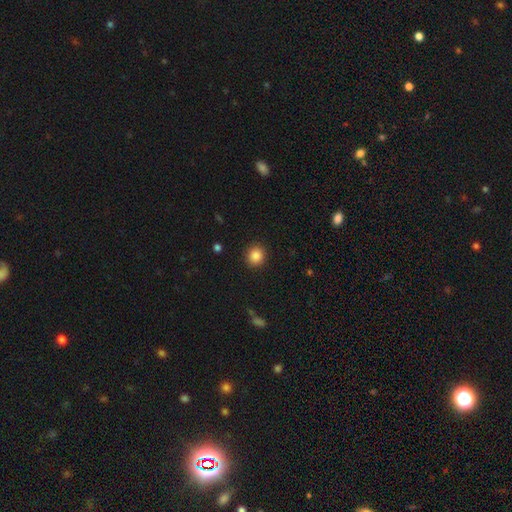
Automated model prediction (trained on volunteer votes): Q: Smooth or featured?
A: smooth (86%); runner-up: star or artifact (10%)
Q: How rounded?
A: round (88%); runner-up: in between (11%)
Q: Merging?
A: none (91%); runner-up: minor disturbance (6%)